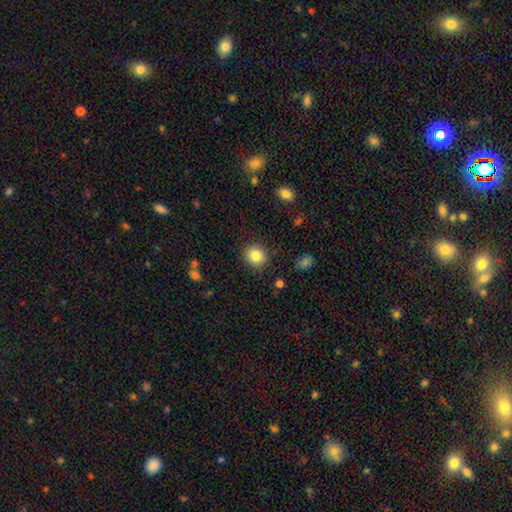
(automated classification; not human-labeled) Smooth or featured: smooth — 85% (star or artifact — 9%)
How rounded: round — 87% (in between — 12%)
Merging: none — 89% (minor disturbance — 7%)